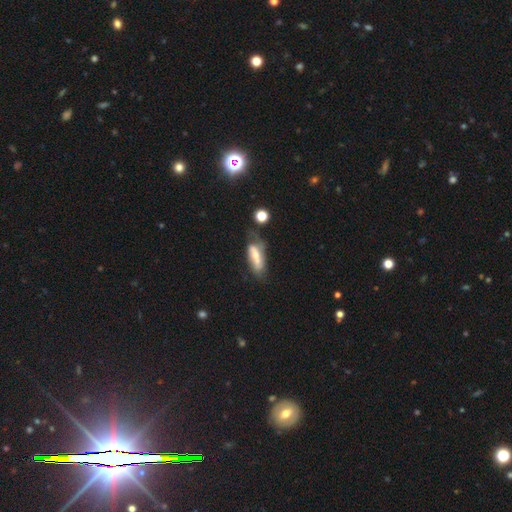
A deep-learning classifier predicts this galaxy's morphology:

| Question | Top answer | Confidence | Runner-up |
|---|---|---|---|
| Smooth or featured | featured or disk | 46% | tied: smooth (46%) |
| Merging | none | 39% | minor disturbance (30%) |